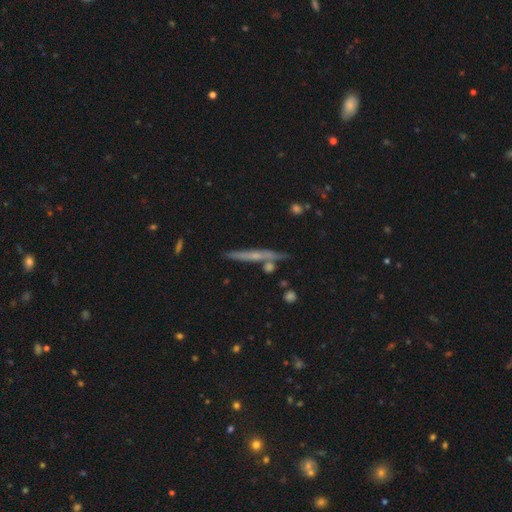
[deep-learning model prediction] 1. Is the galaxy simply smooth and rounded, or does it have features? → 58% featured or disk, 32% smooth, 9% star or artifact.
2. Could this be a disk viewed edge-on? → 94% yes, 6% no.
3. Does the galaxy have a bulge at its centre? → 50% none, 43% rounded, 6% boxy.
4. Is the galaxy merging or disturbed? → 78% none, 12% minor disturbance, 7% merger, 3% major disturbance.